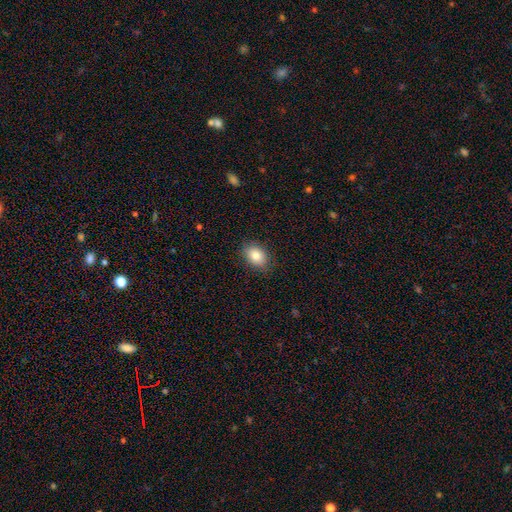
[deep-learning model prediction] smooth 83%, star or artifact 9%, featured or disk 8%. Down the decision tree: how rounded — in between (72%); merging — none (85%).